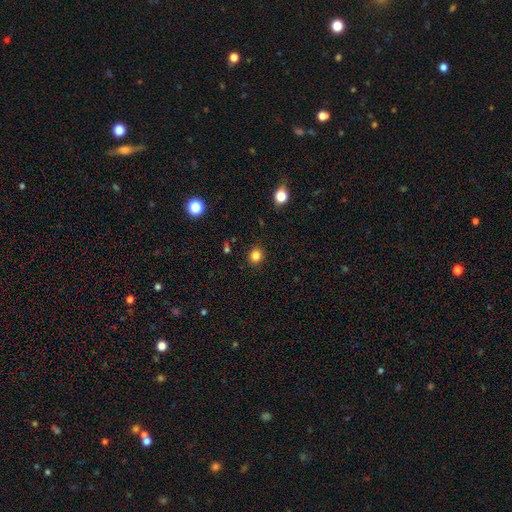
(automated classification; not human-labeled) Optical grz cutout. It shows a smooth galaxy with no disk features (83%) that is round (80%). Merging: none (90%).